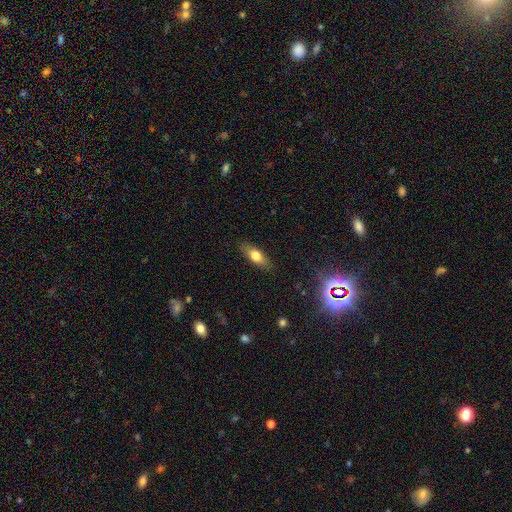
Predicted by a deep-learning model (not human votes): This is likely a smooth galaxy (71%). How rounded: likely in between (69%). Merging: clearly none (86%).